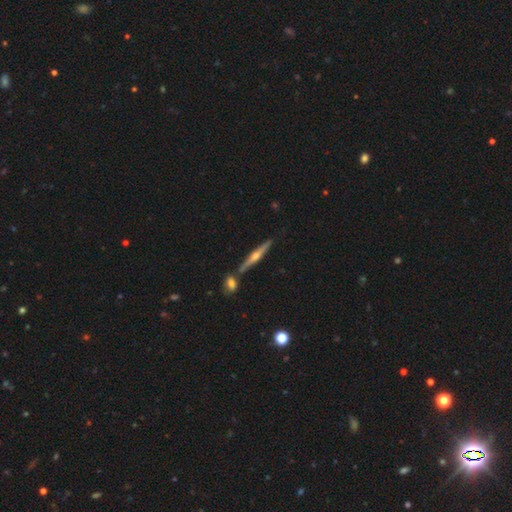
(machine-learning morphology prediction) Smooth or featured? featured or disk (68%)
Edge-on disk? yes (97%)
Edge-on bulge? rounded (89%)
Merging? none (78%)